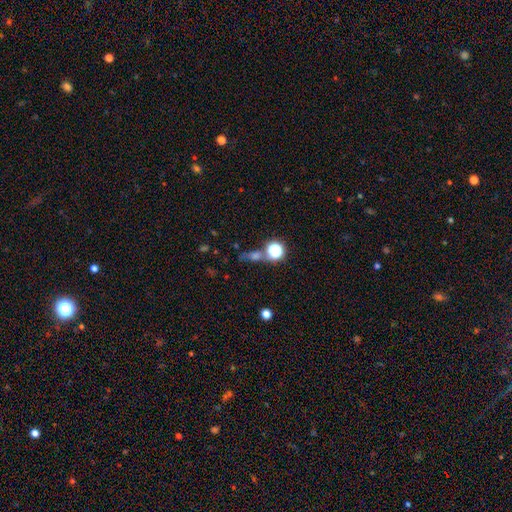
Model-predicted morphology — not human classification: smooth-or-featured: star or artifact: 44% | smooth: 40% | featured or disk: 16%